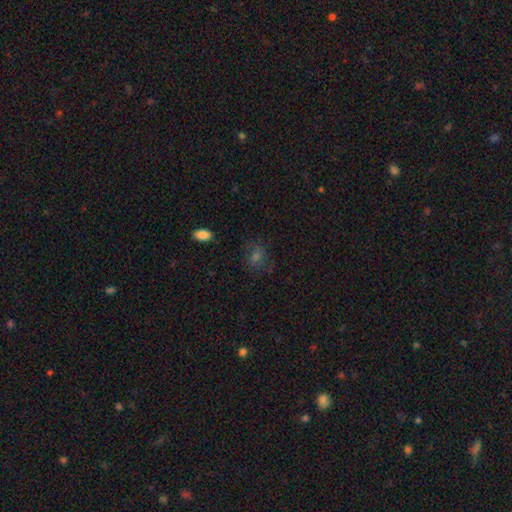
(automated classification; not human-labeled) Morphology: type=smooth (55%); roundness=in between (53%); merging=none (75%).